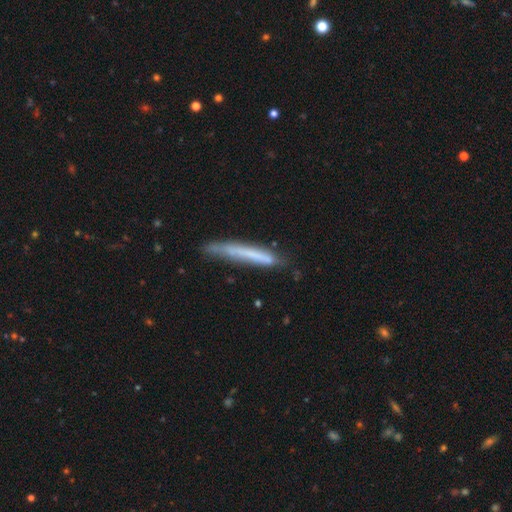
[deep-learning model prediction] Q: Smooth or featured?
A: smooth (56%); runner-up: featured or disk (36%)
Q: How rounded?
A: cigar-shaped (96%); runner-up: in between (3%)
Q: Merging?
A: none (69%); runner-up: minor disturbance (23%)